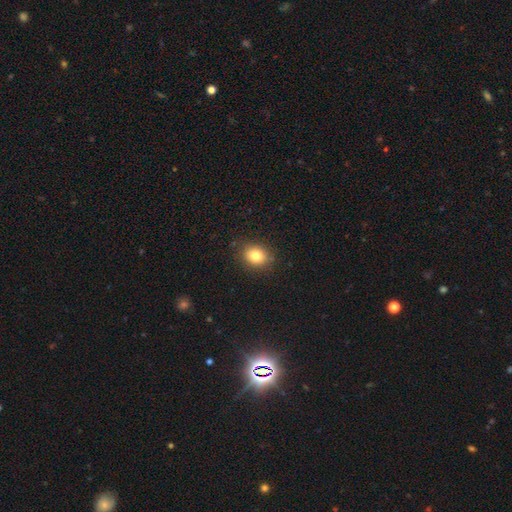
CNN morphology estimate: This is clearly a smooth galaxy (82%). How rounded: possibly round (54%). Merging: clearly none (86%).